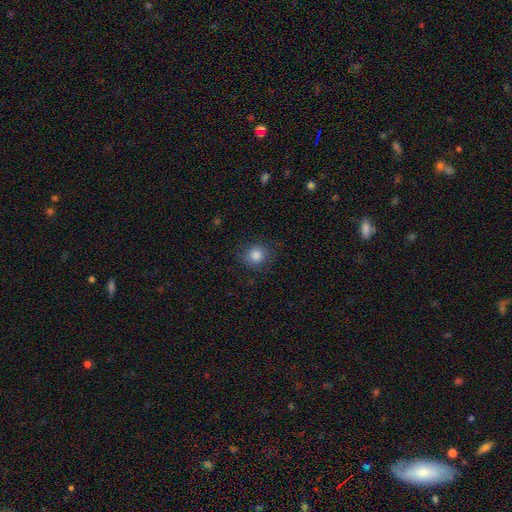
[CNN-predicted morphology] smooth 85%, star or artifact 9%, featured or disk 5%. Down the decision tree: how rounded — round (85%); merging — none (82%).